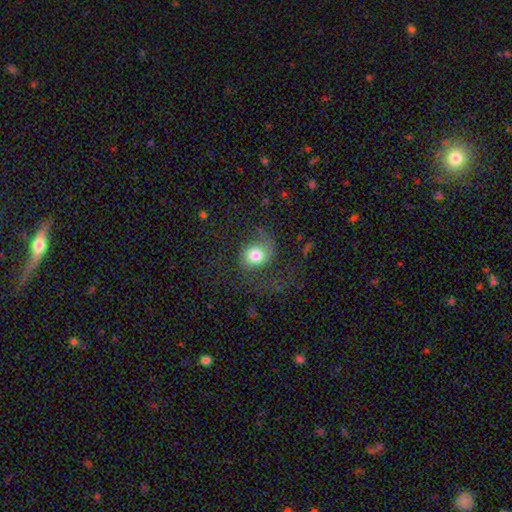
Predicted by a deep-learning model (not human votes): A smooth galaxy with no disk features (59%) that is round (69%). Merging: none (47%).